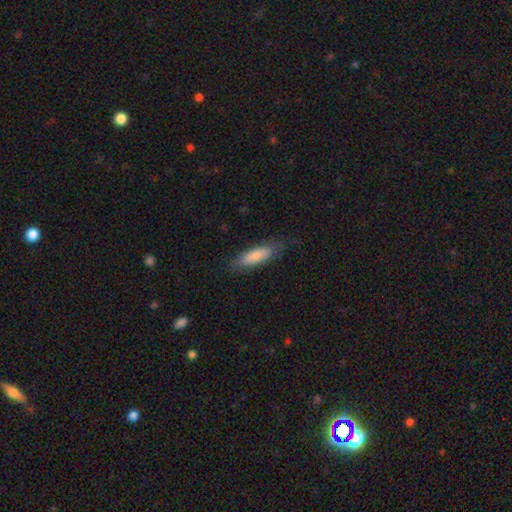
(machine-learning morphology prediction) Smooth or featured: smooth — 80% (featured or disk — 15%)
How rounded: in between — 58% (cigar-shaped — 40%)
Merging: none — 73% (minor disturbance — 19%)